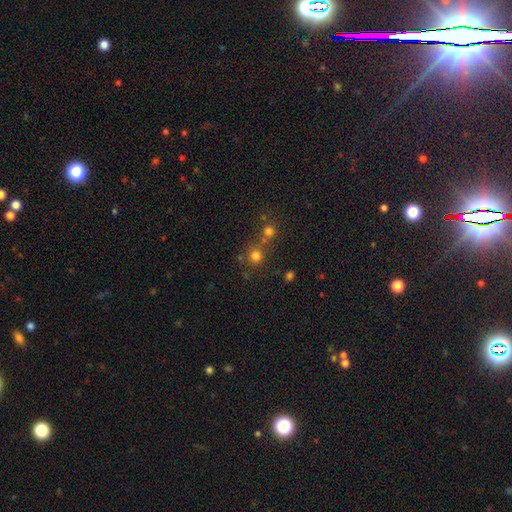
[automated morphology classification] Smooth or featured? Predicted: smooth (p=0.73). How rounded? Predicted: round (p=0.92). Merging? Predicted: none (p=0.64).